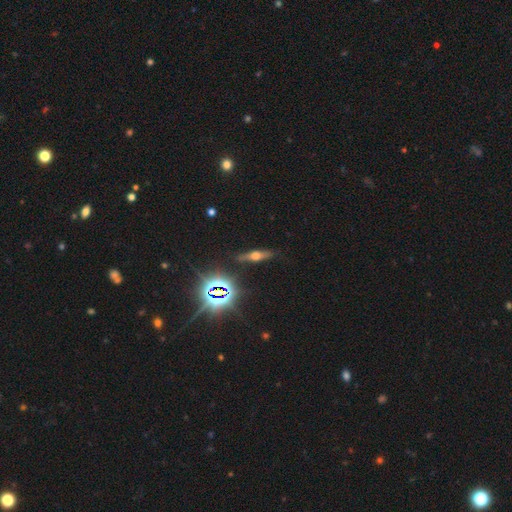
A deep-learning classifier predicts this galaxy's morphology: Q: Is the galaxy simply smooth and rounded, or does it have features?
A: featured or disk — 53%.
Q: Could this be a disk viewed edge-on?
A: yes — 93%.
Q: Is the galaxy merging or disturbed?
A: none — 86%.